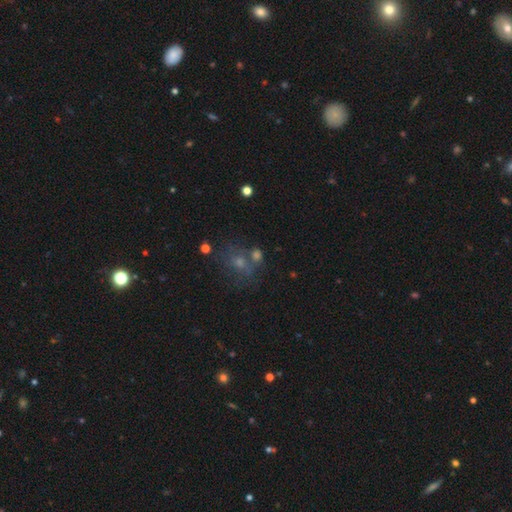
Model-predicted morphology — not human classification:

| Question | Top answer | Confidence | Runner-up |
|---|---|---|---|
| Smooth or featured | smooth | 51% | star or artifact (25%) |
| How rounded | round | 60% | in between (38%) |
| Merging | none | 50% | merger (24%) |